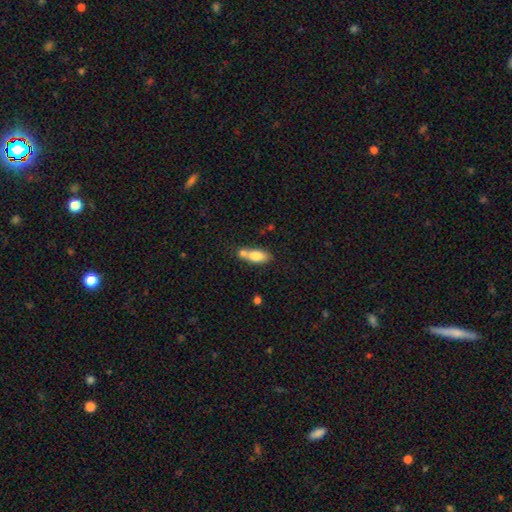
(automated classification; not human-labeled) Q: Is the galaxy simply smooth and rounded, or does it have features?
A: smooth — 76%.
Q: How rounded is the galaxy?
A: in between — 78%.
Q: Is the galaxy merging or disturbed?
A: merger — 44%.